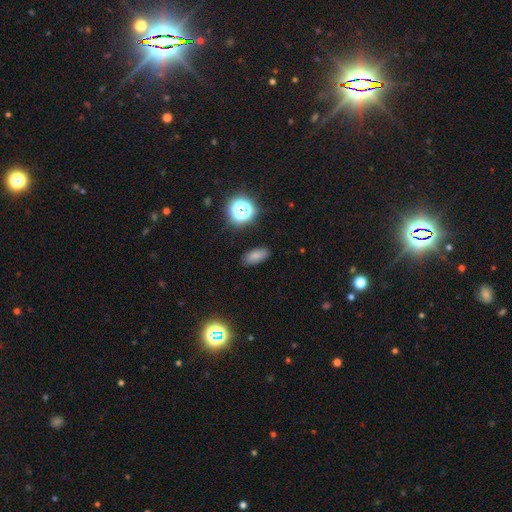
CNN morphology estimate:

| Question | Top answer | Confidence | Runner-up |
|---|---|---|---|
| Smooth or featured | smooth | 74% | star or artifact (17%) |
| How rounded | in between | 86% | round (8%) |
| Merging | none | 84% | minor disturbance (11%) |